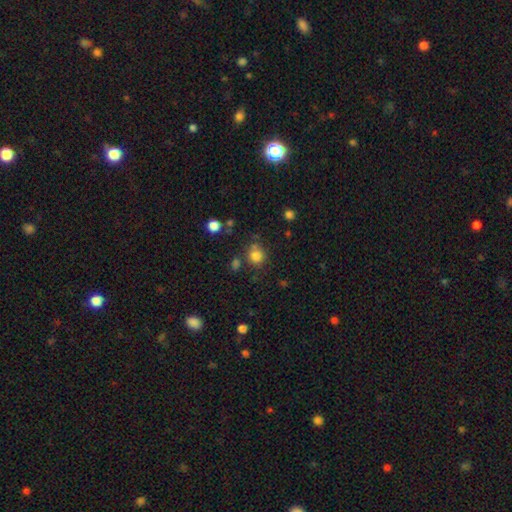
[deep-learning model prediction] Smooth or featured? smooth (80%)
How rounded? round (86%)
Merging? none (72%)